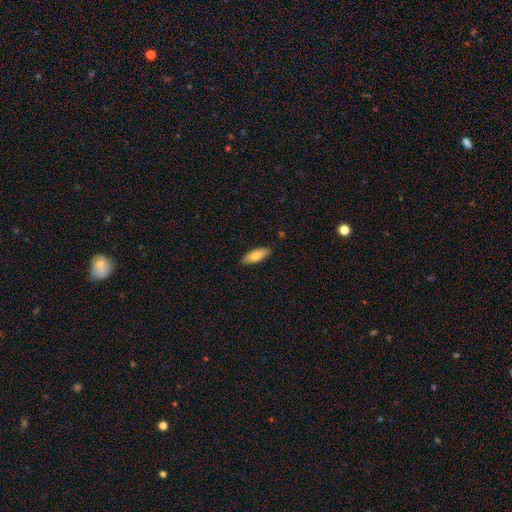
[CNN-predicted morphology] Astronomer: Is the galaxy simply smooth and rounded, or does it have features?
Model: smooth — 79%.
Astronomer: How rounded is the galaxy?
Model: in between — 71%.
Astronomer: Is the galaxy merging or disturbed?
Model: none — 89%.